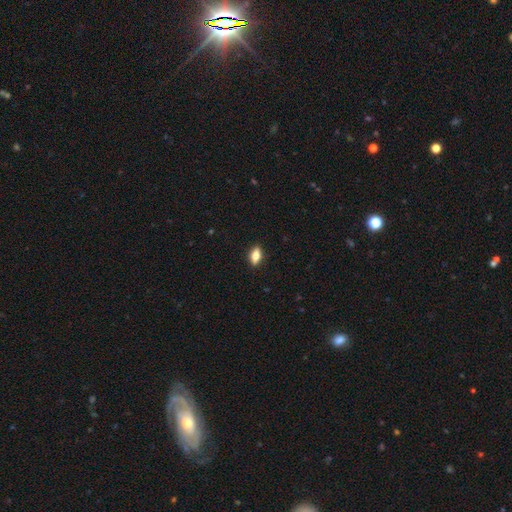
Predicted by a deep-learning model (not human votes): Smooth or featured?
  - smooth: 72% *
  - featured or disk: 20%
  - star or artifact: 8%
How rounded?
  - in between: 81% *
  - cigar-shaped: 13%
  - round: 6%
Merging?
  - none: 88% *
  - minor disturbance: 9%
  - major disturbance: 2%
  - merger: 1%